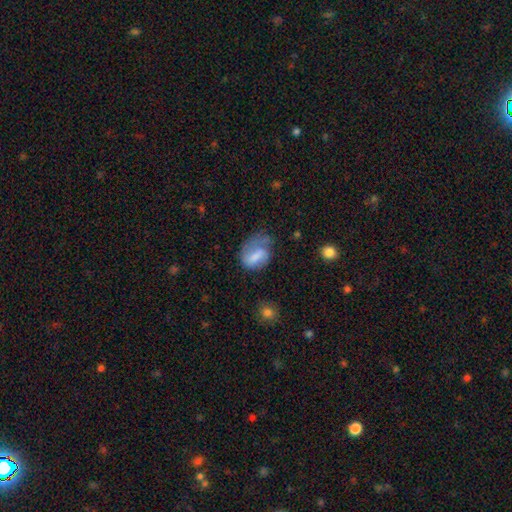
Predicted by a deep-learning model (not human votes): smooth-or-featured: smooth: 58% | featured or disk: 35% | star or artifact: 8%
  how-rounded: in between: 73% | round: 25% | cigar-shaped: 3%
  merging: none: 34% | minor disturbance: 32% | major disturbance: 30% | merger: 3%